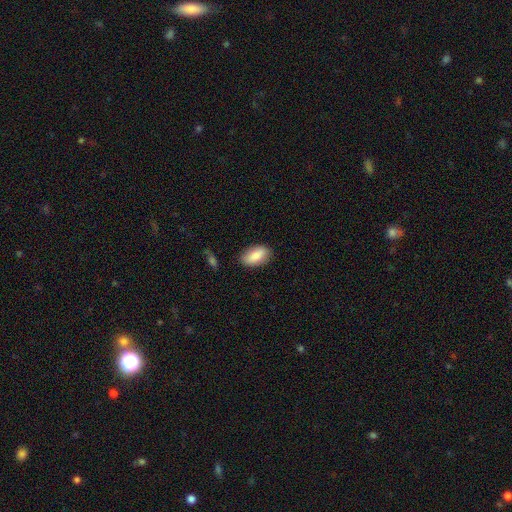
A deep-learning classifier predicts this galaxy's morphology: Smooth or featured: smooth — 85% (featured or disk — 9%)
How rounded: in between — 93% (round — 4%)
Merging: none — 85% (minor disturbance — 11%)